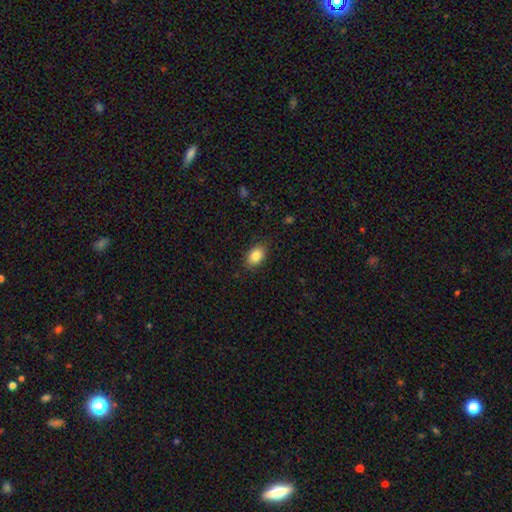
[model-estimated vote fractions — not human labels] Morphology: type=smooth (86%); roundness=in between (85%); merging=none (86%).